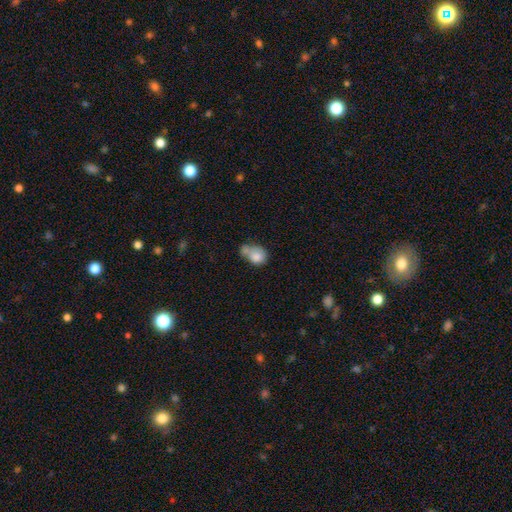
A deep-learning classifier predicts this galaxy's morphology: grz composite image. It shows a smooth galaxy with no disk features (77%) that is in between round and cigar-shaped (50%). Merging: merger (42%).